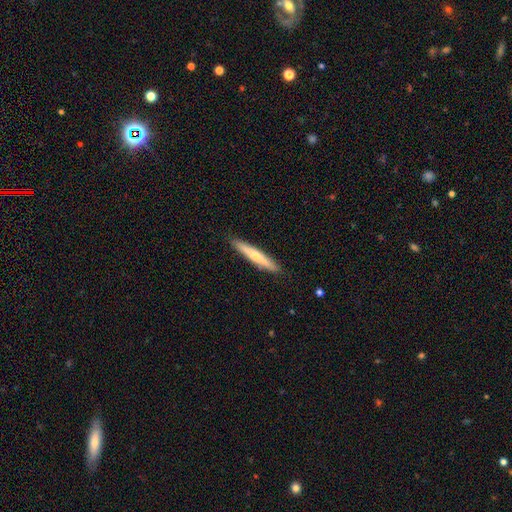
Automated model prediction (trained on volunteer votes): smooth 49%, featured or disk 45%, star or artifact 5%. Down the decision tree: merging — none (90%).